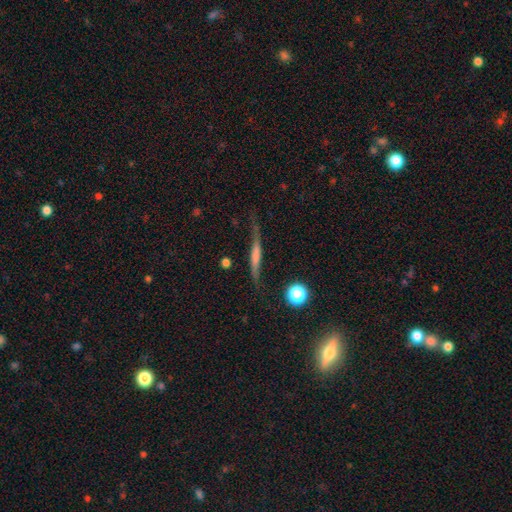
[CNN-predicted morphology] smooth-or-featured: featured or disk: 49% | smooth: 42% | star or artifact: 9%
  merging: none: 68% | minor disturbance: 20% | major disturbance: 8% | merger: 3%